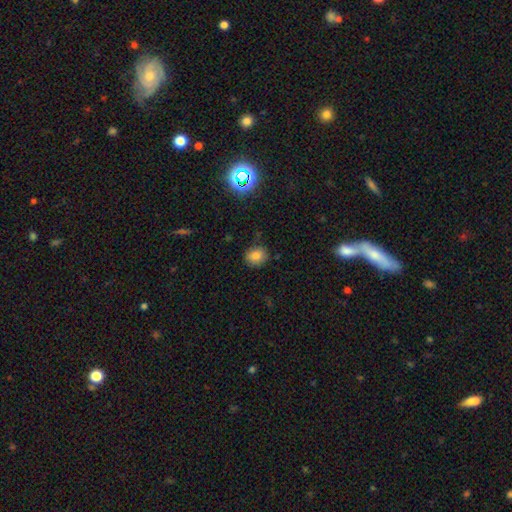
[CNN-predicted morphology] The model was most divided on "how rounded": round: 67%, in between: 32%, cigar-shaped: 1%. More confident: merging — none (81%); smooth or featured — smooth (78%).